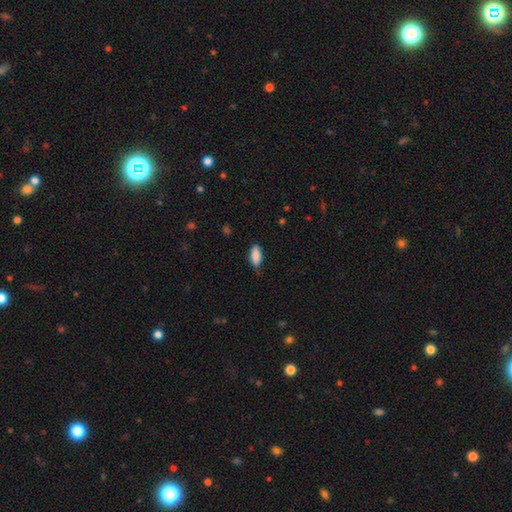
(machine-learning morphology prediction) smooth-or-featured: smooth: 87% | featured or disk: 7% | star or artifact: 6%
  how-rounded: in between: 81% | cigar-shaped: 17% | round: 2%
  merging: none: 72% | minor disturbance: 23% | major disturbance: 4% | merger: 1%